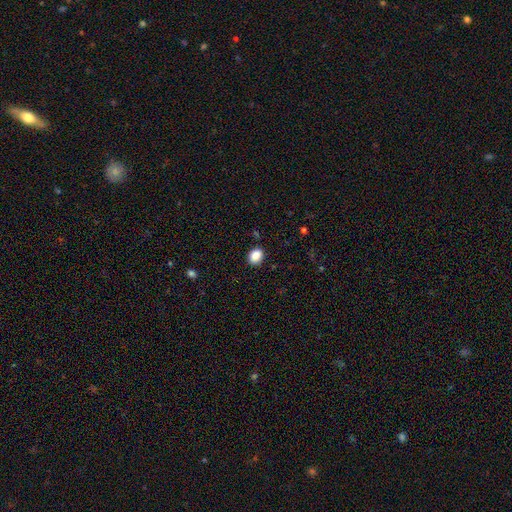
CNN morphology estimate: A smooth galaxy with no disk features (88%) that is in between round and cigar-shaped (55%). Merging: none (88%).